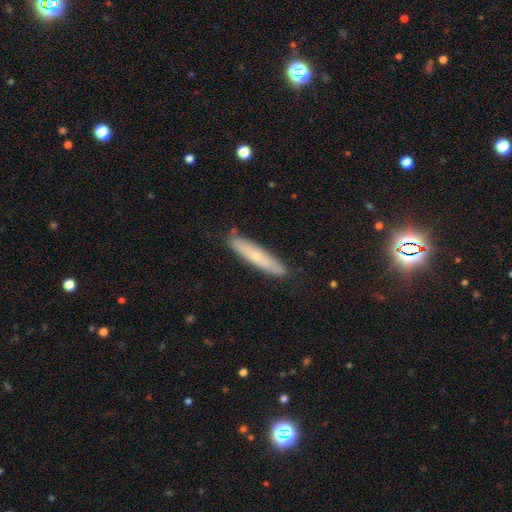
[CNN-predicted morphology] Smooth or featured? smooth (55%)
How rounded? cigar-shaped (88%)
Merging? none (86%)